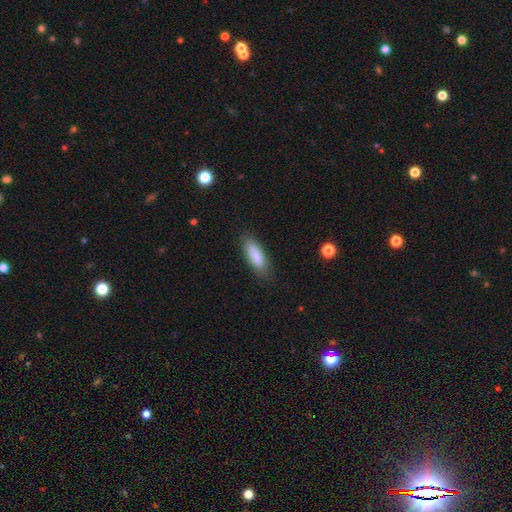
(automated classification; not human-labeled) Smooth or featured?
  - smooth: 88% *
  - featured or disk: 6%
  - star or artifact: 6%
How rounded?
  - in between: 58% *
  - cigar-shaped: 40%
  - round: 2%
Merging?
  - none: 84% *
  - minor disturbance: 12%
  - major disturbance: 3%
  - merger: 1%